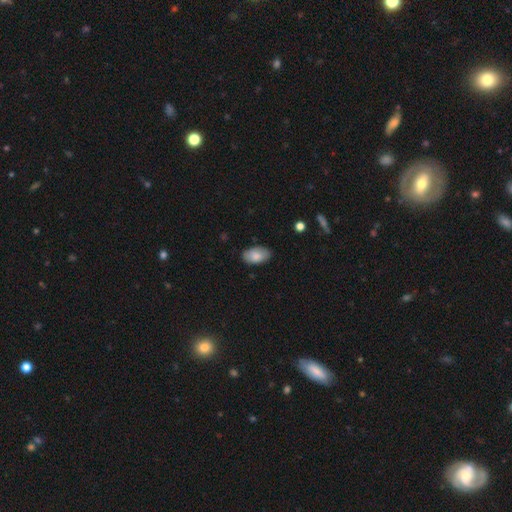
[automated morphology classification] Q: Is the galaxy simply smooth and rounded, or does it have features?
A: smooth — 82%.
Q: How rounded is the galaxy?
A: in between — 94%.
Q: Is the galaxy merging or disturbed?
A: none — 82%.